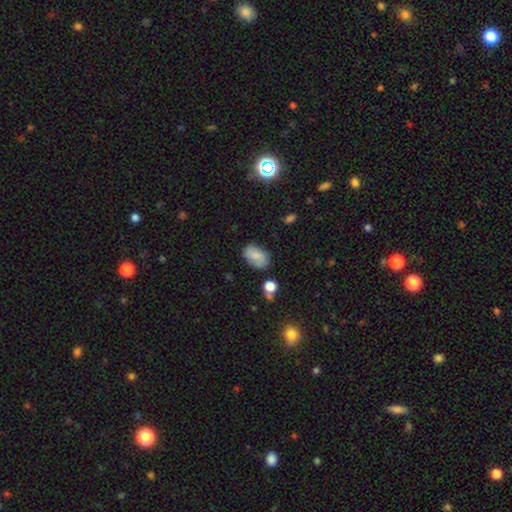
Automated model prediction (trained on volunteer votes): A smooth galaxy with no disk features (80%) that is in between round and cigar-shaped (89%). Merging: none (71%).